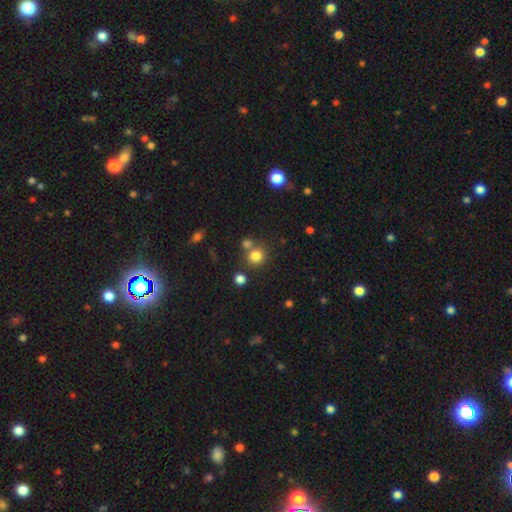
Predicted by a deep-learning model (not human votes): Q: Smooth or featured?
A: smooth (79%); runner-up: star or artifact (14%)
Q: How rounded?
A: round (87%); runner-up: in between (12%)
Q: Merging?
A: none (67%); runner-up: merger (20%)